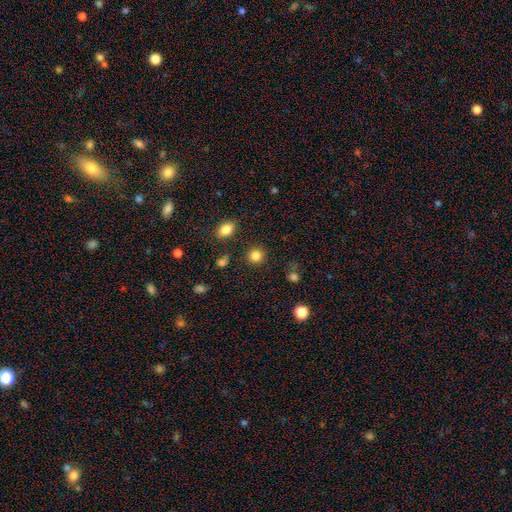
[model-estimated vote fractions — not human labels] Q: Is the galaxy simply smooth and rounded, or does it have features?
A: smooth — 84%.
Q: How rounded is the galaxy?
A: round — 89%.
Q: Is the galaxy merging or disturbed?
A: none — 88%.